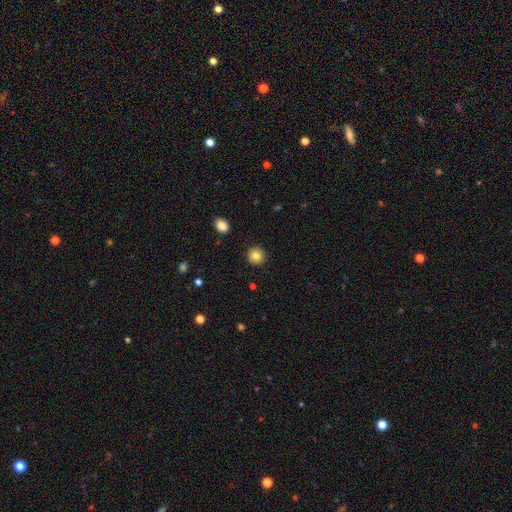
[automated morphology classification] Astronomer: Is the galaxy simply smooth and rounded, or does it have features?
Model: smooth — 85%.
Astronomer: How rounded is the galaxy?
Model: round — 93%.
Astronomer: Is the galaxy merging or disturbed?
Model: none — 92%.